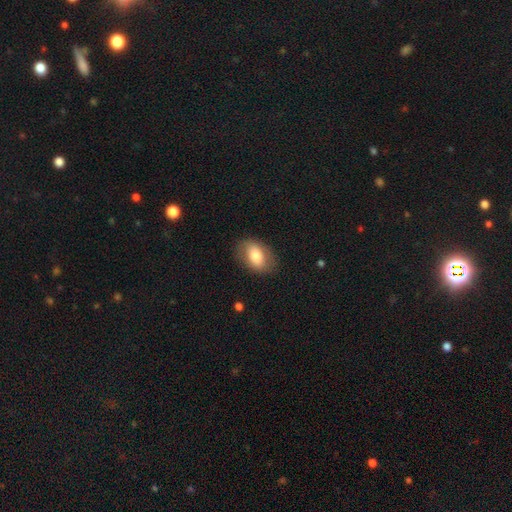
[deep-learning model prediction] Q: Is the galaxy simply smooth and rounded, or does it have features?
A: smooth — 76%.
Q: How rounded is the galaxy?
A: in between — 86%.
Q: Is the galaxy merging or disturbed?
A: none — 82%.